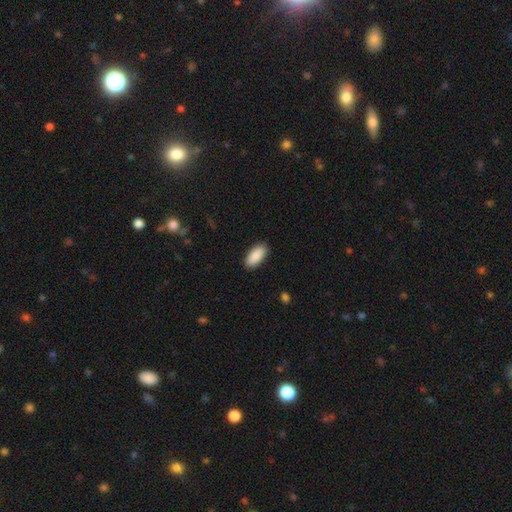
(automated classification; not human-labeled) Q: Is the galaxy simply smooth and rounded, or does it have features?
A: smooth — 90%.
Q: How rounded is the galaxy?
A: in between — 89%.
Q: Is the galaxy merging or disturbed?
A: none — 89%.